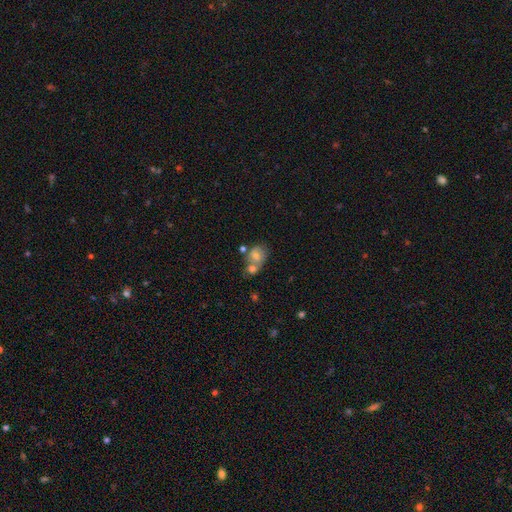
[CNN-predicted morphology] smooth_or_featured: smooth (p=0.58) [alt: featured or disk p=0.28]
how_rounded: round (p=0.54) [alt: in between p=0.45]
merging: merger (p=0.43) [alt: none p=0.38]